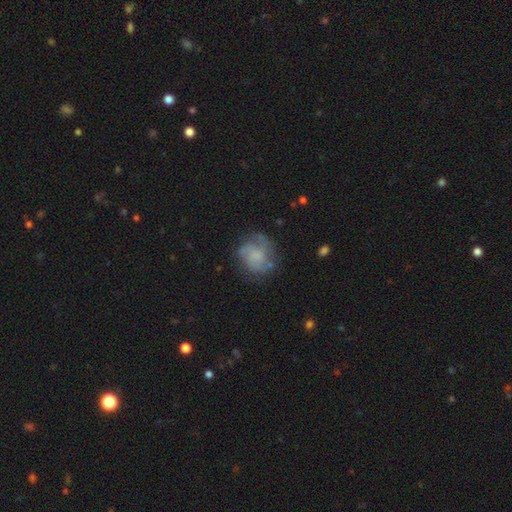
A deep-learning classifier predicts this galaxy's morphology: Overall: featured or disk (50%; smooth 40%). Merging: none (63%).